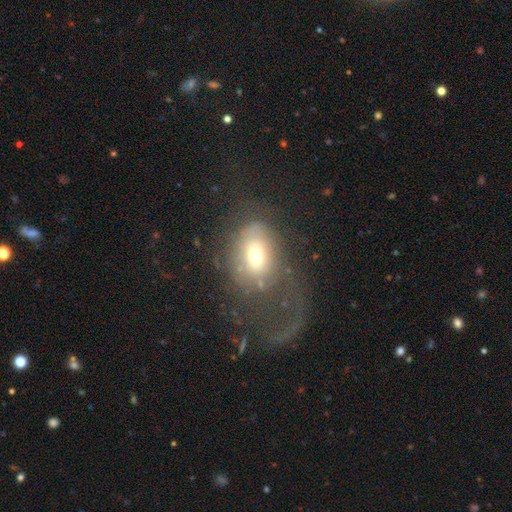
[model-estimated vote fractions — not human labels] Smooth or featured: smooth — 56% (featured or disk — 33%)
How rounded: in between — 62% (round — 36%)
Merging: major disturbance — 50% (none — 30%)